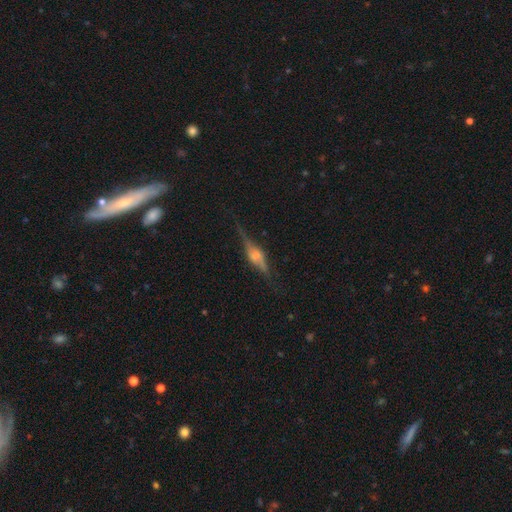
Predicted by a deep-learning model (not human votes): A featured or disk galaxy (75%) viewed edge-on (96%) with a rounded central bulge (75%).

Vote fractions:
- Smooth or featured? featured or disk: 75% / smooth: 16% / star or artifact: 9%
- Edge-on disk? yes: 96% / no: 4%
- Edge-on bulge? rounded: 75% / boxy: 21% / none: 4%
- Merging? none: 75% / minor disturbance: 17% / major disturbance: 7% / merger: 2%